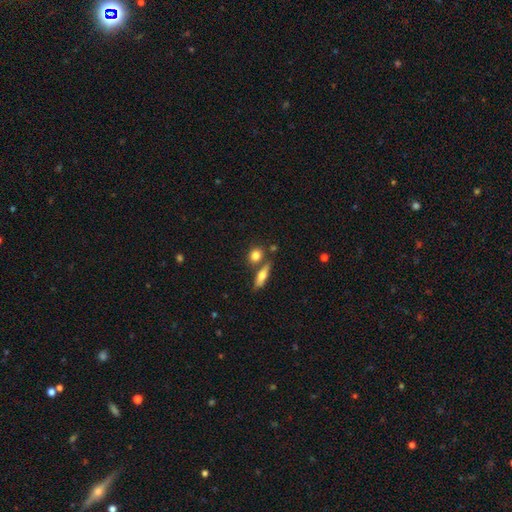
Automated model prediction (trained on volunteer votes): This is clearly a smooth galaxy (80%). How rounded: likely round (63%). Merging: likely none (64%).